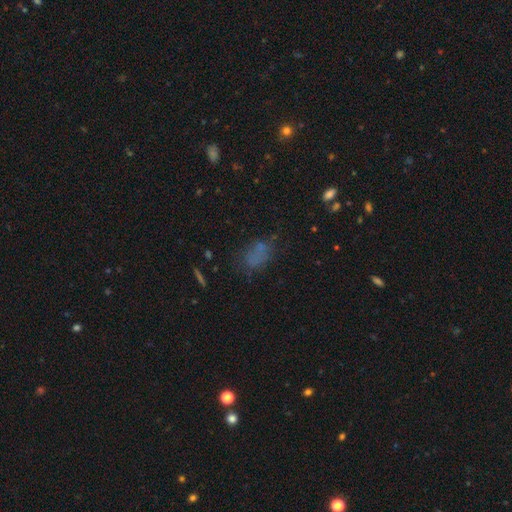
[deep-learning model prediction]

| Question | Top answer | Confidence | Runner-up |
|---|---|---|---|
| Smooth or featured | smooth | 58% | star or artifact (26%) |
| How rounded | in between | 81% | round (16%) |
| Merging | none | 56% | minor disturbance (22%) |